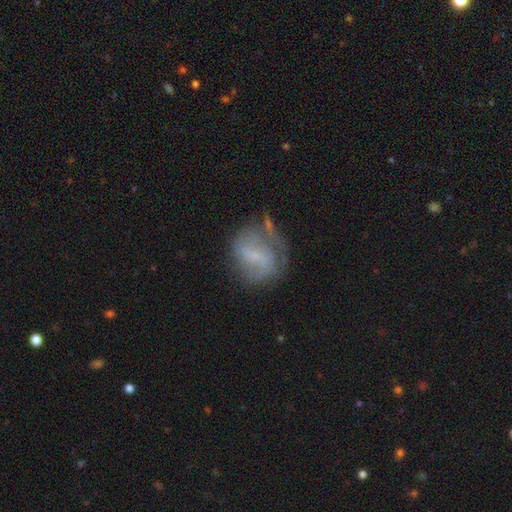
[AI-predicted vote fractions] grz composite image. It shows a featured or disk galaxy (60%) with a weak bar (48%), spiral arms (68%) and a small central bulge (63%). Merging: none (48%).